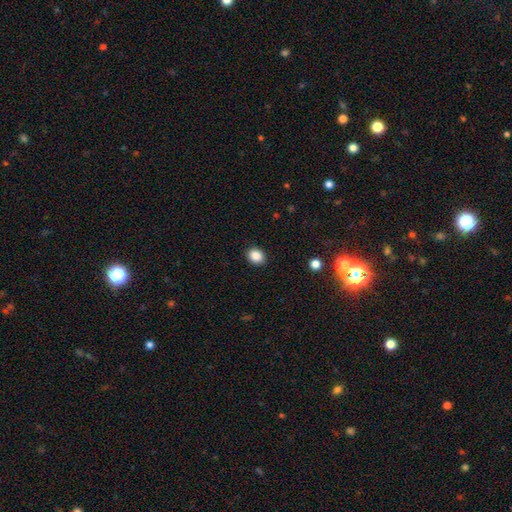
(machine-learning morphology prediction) Overall: smooth (86%). How rounded: round (53%; in between 47%). Merging: none (91%).